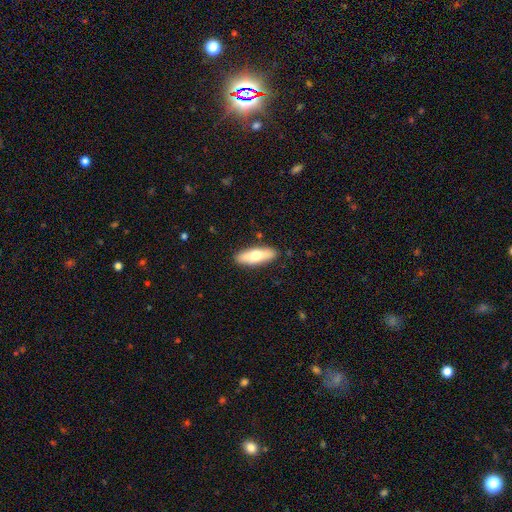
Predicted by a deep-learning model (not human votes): Morphology: type=smooth (64%); roundness=in between (59%); merging=none (89%).